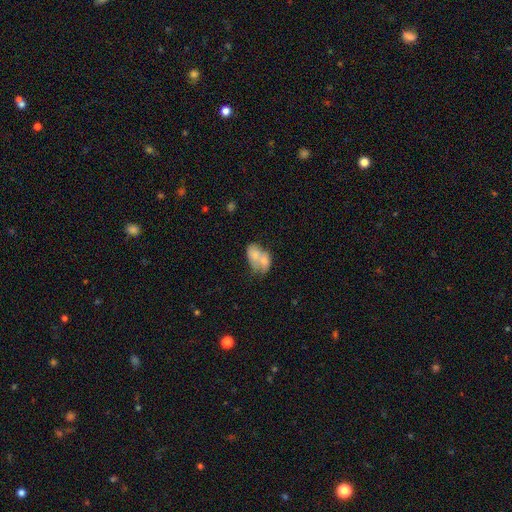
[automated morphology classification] smooth-or-featured: smooth: 64% | featured or disk: 29% | star or artifact: 7%
  how-rounded: in between: 79% | round: 20% | cigar-shaped: 2%
  merging: merger: 70% | none: 16% | minor disturbance: 9% | major disturbance: 6%